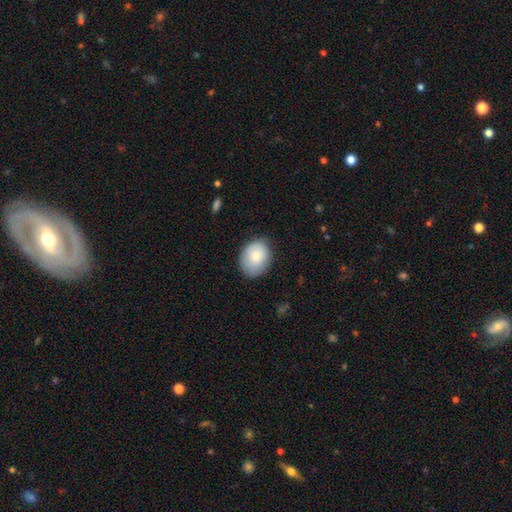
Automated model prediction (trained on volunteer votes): Q: Smooth or featured?
A: smooth (81%); runner-up: featured or disk (12%)
Q: How rounded?
A: in between (61%); runner-up: round (38%)
Q: Merging?
A: none (74%); runner-up: minor disturbance (20%)